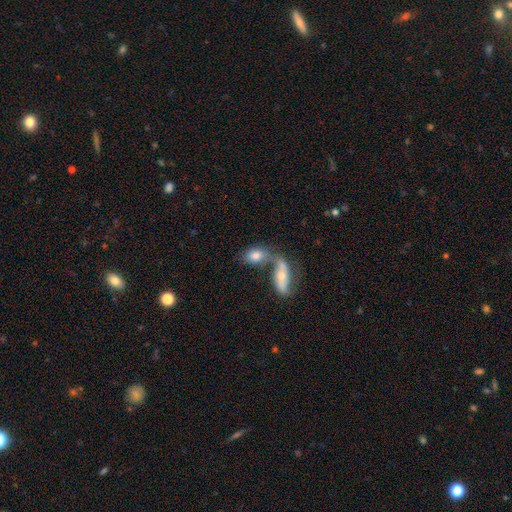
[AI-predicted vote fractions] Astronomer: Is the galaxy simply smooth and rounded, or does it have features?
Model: smooth — 72%.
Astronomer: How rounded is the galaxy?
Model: in between — 85%.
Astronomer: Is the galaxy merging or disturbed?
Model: merger — 59%.